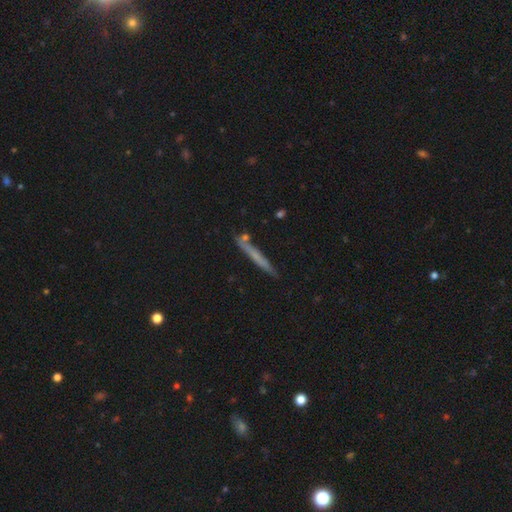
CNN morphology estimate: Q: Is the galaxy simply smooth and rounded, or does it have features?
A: smooth — 54%.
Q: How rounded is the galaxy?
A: cigar-shaped — 96%.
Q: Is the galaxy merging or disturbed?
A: none — 80%.